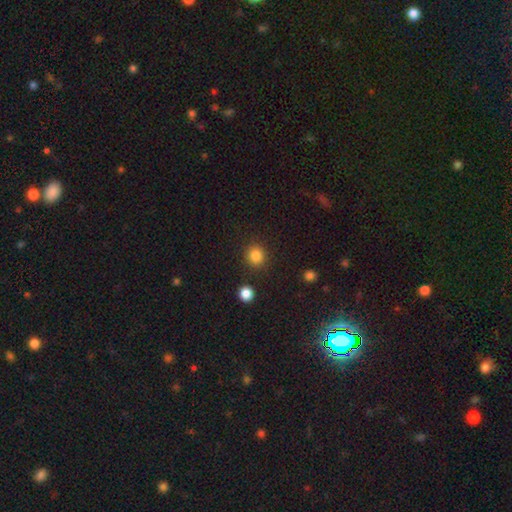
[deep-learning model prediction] Smooth or featured? smooth (85%)
How rounded? round (88%)
Merging? none (88%)